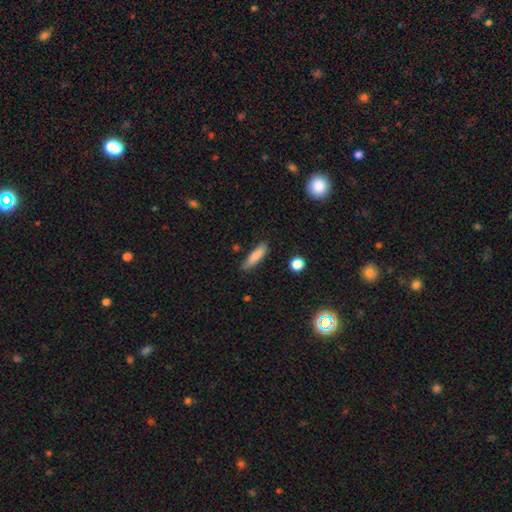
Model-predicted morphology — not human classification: smooth 83%, featured or disk 10%, star or artifact 7%. Down the decision tree: how rounded — cigar-shaped (69%); merging — none (79%).